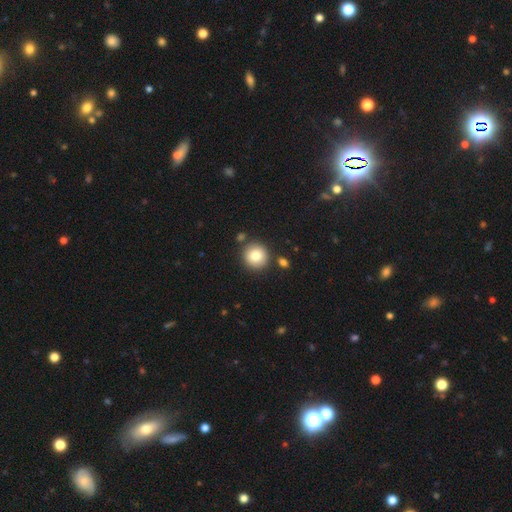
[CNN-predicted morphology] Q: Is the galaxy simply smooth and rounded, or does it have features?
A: smooth — 81%.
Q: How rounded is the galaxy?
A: round — 93%.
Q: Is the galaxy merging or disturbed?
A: none — 83%.